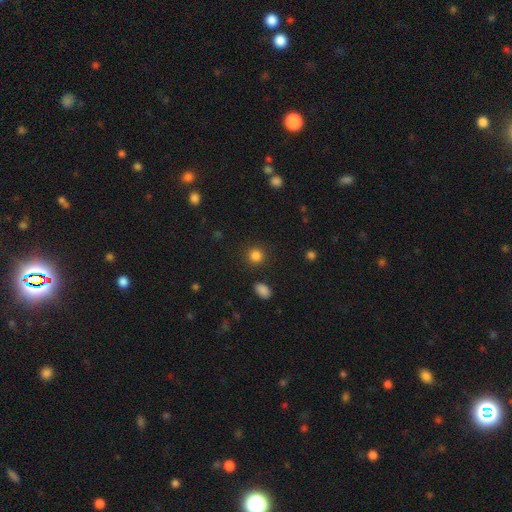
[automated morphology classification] Smooth or featured: smooth — 85% (star or artifact — 12%)
How rounded: round — 90% (in between — 9%)
Merging: none — 90% (minor disturbance — 5%)